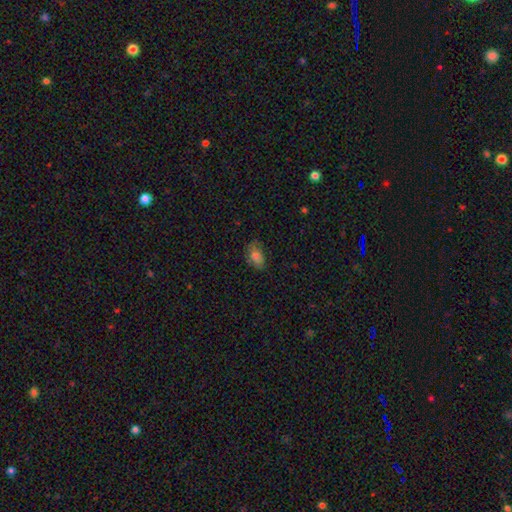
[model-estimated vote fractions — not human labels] Morphology: type=smooth (77%); roundness=in between (86%); merging=none (70%).